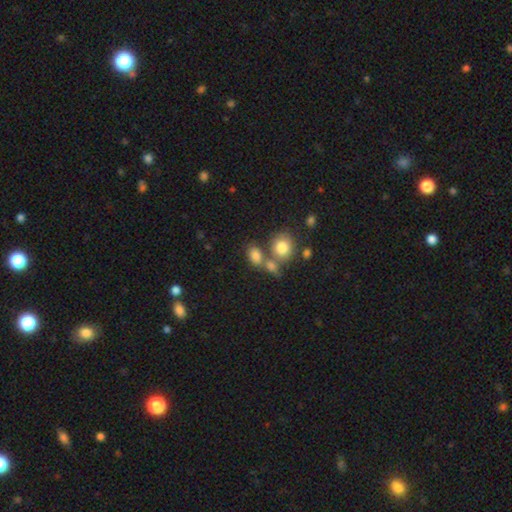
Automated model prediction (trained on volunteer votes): Smooth or featured? smooth (79%)
How rounded? in between (71%)
Merging? none (44%)